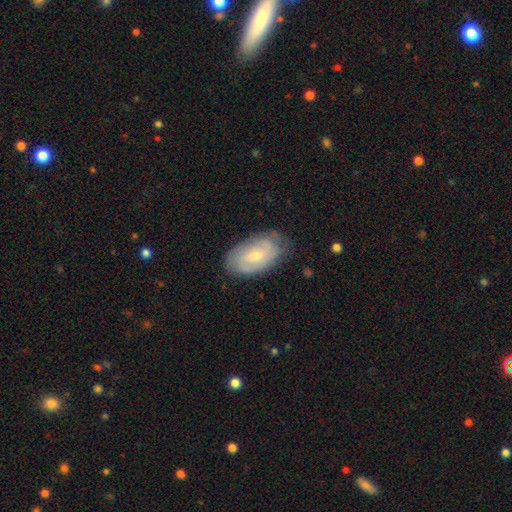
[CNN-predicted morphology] Smooth or featured?
  - featured or disk: 56% *
  - smooth: 37%
  - star or artifact: 6%
Edge-on disk?
  - no: 94% *
  - yes: 6%
Bar?
  - no: 51% *
  - weak: 41%
  - strong: 8%
Spiral arms?
  - yes: 78% *
  - no: 22%
Bulge size?
  - small: 64% *
  - moderate: 30%
  - none: 3%
  - large: 2%
  - dominant: 1%
Merging?
  - none: 74% *
  - minor disturbance: 20%
  - major disturbance: 5%
  - merger: 1%